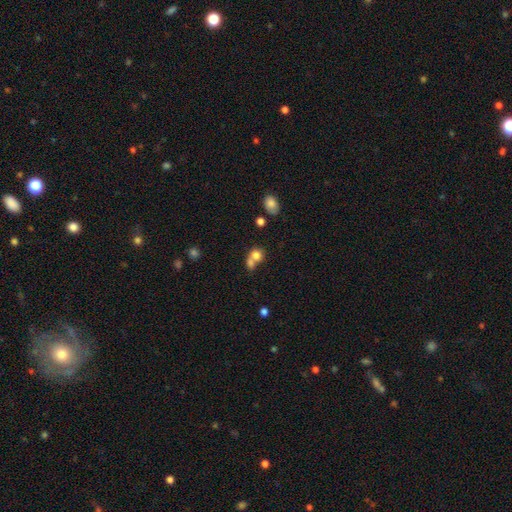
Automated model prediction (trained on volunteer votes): The model was most divided on "merging": merger: 57%, none: 31%, minor disturbance: 8%, major disturbance: 5%. More confident: smooth or featured — smooth (77%); how rounded — round (73%).